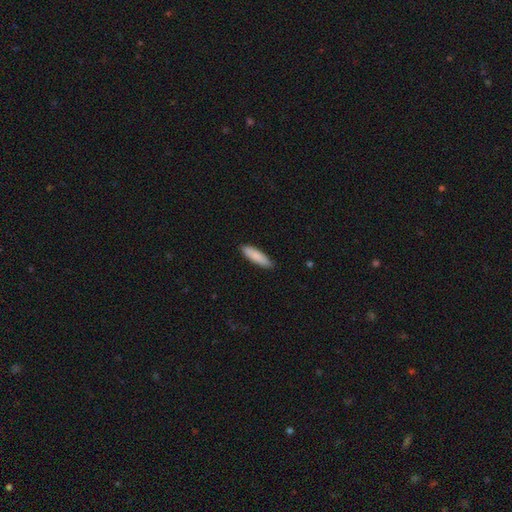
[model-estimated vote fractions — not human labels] Morphology: type=smooth (86%); roundness=cigar-shaped (66%); merging=none (86%).